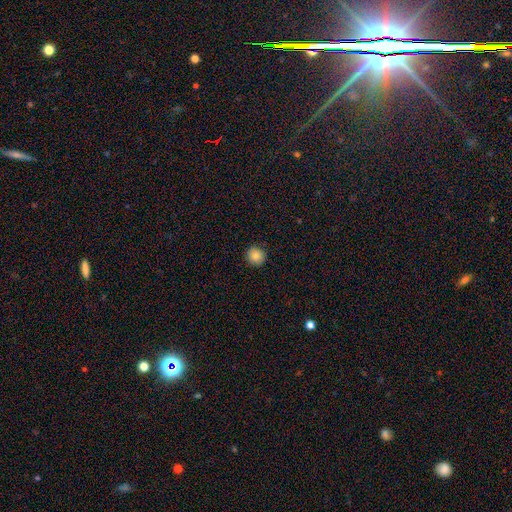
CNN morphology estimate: Smooth or featured: smooth — 84% (star or artifact — 10%)
How rounded: round — 94% (in between — 5%)
Merging: none — 91% (minor disturbance — 6%)